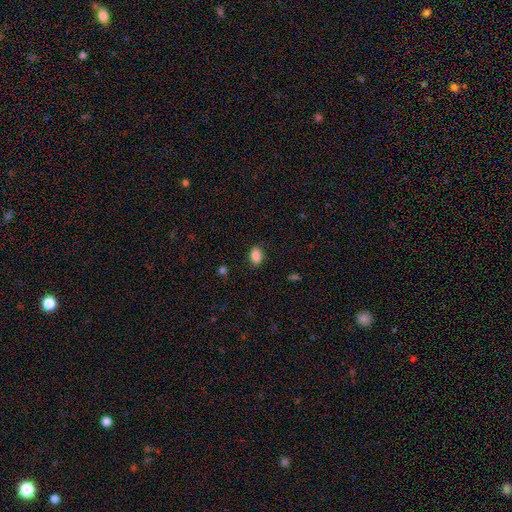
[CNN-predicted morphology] type=smooth (87%); roundness=in between (87%); merging=none (86%).